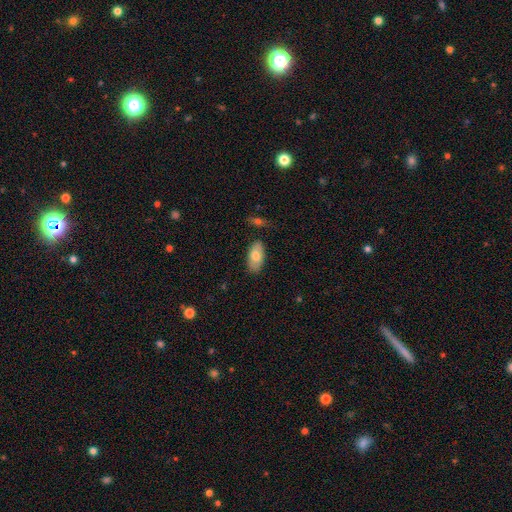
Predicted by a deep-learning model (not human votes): smooth_or_featured: smooth (p=0.74) [alt: featured or disk p=0.20]
how_rounded: in between (p=0.93) [alt: cigar-shaped p=0.04]
merging: none (p=0.81) [alt: minor disturbance p=0.14]